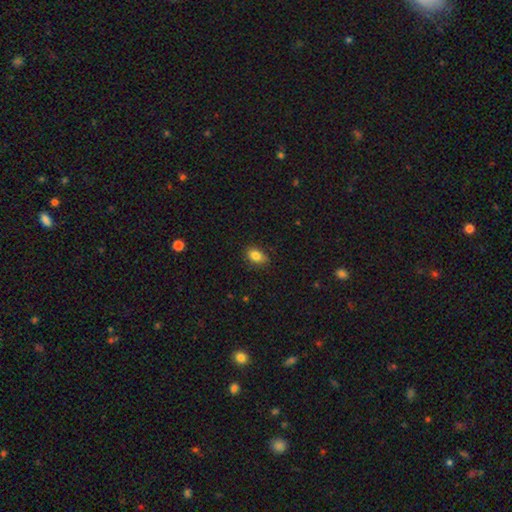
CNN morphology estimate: type=smooth (84%); roundness=in between (82%); merging=none (82%).